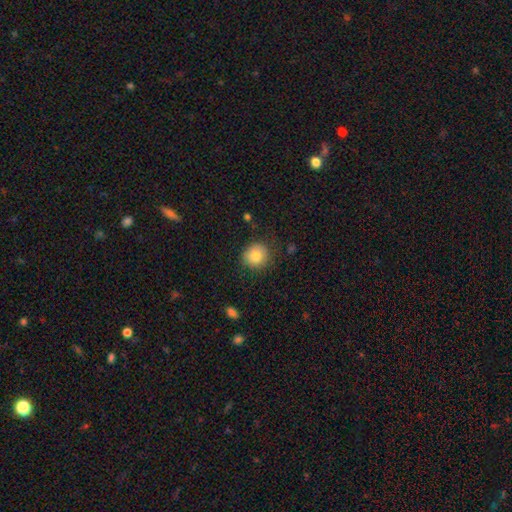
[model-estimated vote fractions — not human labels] smooth_or_featured: smooth (p=0.85) [alt: star or artifact p=0.09]
how_rounded: round (p=0.85) [alt: in between p=0.14]
merging: none (p=0.82) [alt: minor disturbance p=0.13]